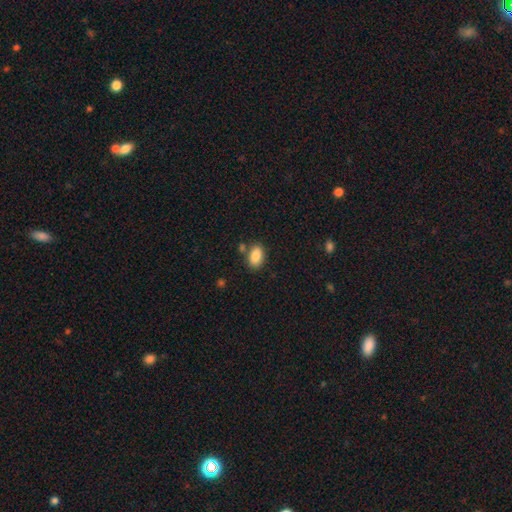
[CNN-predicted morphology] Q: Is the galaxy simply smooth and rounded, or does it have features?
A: smooth — 87%.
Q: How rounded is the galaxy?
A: in between — 90%.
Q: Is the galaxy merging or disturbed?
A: none — 75%.